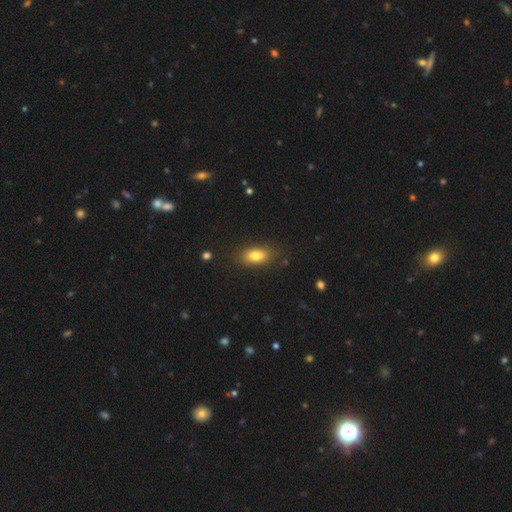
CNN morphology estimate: smooth 81%, featured or disk 11%, star or artifact 8%. Down the decision tree: how rounded — in between (87%); merging — none (82%).